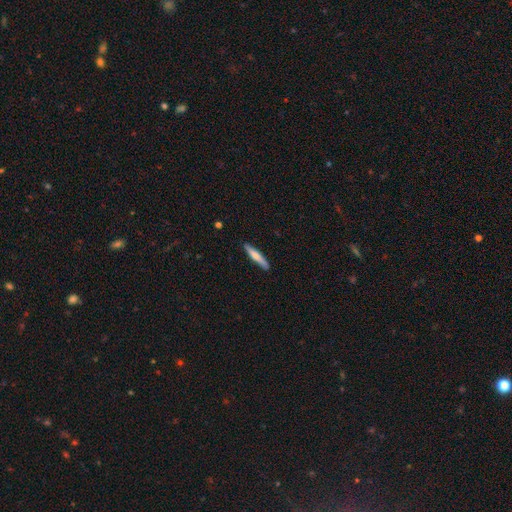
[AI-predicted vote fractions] Morphology: type=smooth (61%); roundness=cigar-shaped (91%); merging=none (88%).